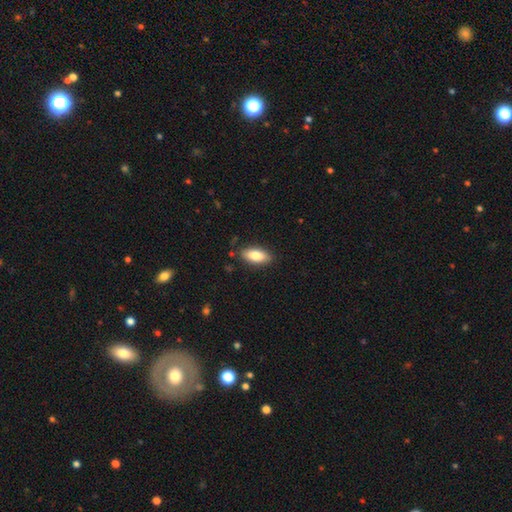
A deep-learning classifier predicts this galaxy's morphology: smooth-or-featured: smooth: 82% | featured or disk: 12% | star or artifact: 6%
  how-rounded: in between: 86% | cigar-shaped: 12% | round: 2%
  merging: none: 85% | minor disturbance: 11% | major disturbance: 2% | merger: 2%